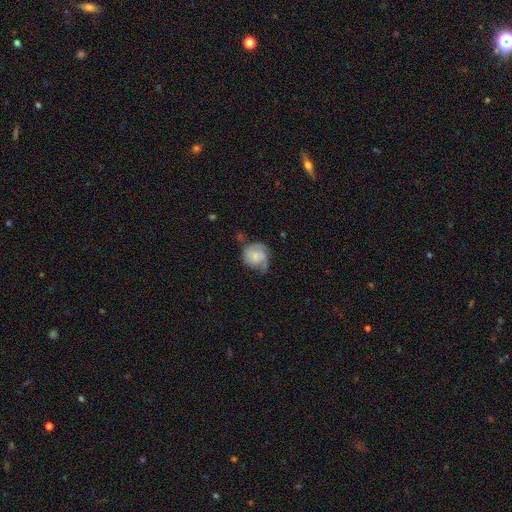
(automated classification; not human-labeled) smooth_or_featured: featured or disk (p=0.50) [alt: smooth p=0.42]
disk_edge_on: no (p=0.97) [alt: yes p=0.03]
merging: none (p=0.40) [alt: minor disturbance p=0.33]